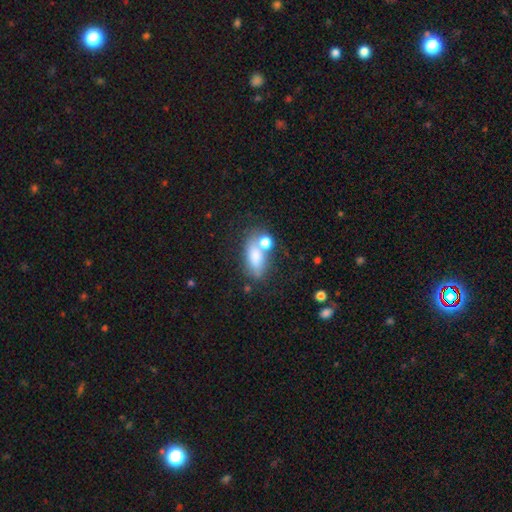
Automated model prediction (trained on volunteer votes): Smooth or featured?
  - smooth: 75% *
  - featured or disk: 15%
  - star or artifact: 10%
How rounded?
  - in between: 82% *
  - round: 10%
  - cigar-shaped: 8%
Merging?
  - none: 44% *
  - merger: 32%
  - minor disturbance: 16%
  - major disturbance: 9%